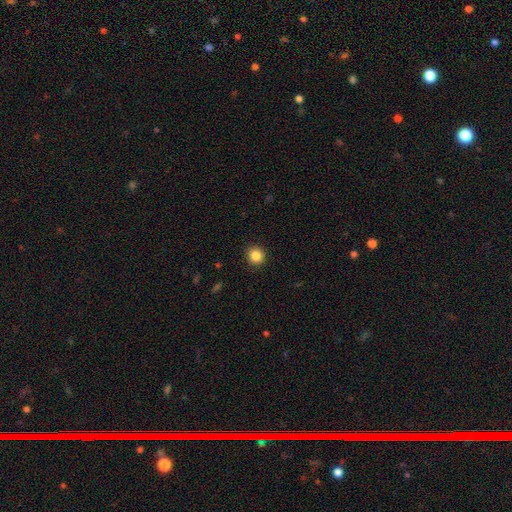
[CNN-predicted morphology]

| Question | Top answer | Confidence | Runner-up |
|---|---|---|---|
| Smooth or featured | smooth | 86% | star or artifact (10%) |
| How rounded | round | 88% | in between (11%) |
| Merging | none | 92% | minor disturbance (5%) |